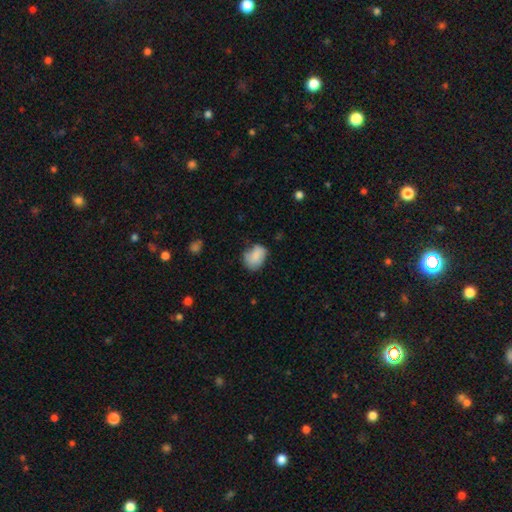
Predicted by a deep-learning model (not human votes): smooth-or-featured: smooth: 81% | featured or disk: 11% | star or artifact: 8%
  how-rounded: in between: 65% | round: 34% | cigar-shaped: 1%
  merging: none: 56% | minor disturbance: 31% | major disturbance: 9% | merger: 3%